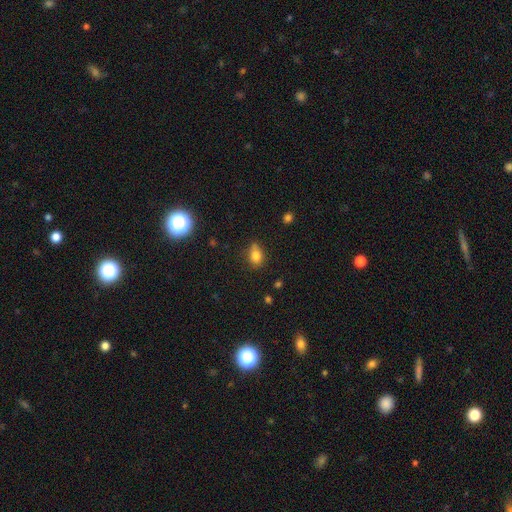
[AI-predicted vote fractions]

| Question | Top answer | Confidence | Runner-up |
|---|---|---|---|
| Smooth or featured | smooth | 79% | star or artifact (12%) |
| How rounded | in between | 64% | round (34%) |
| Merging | none | 61% | minor disturbance (28%) |